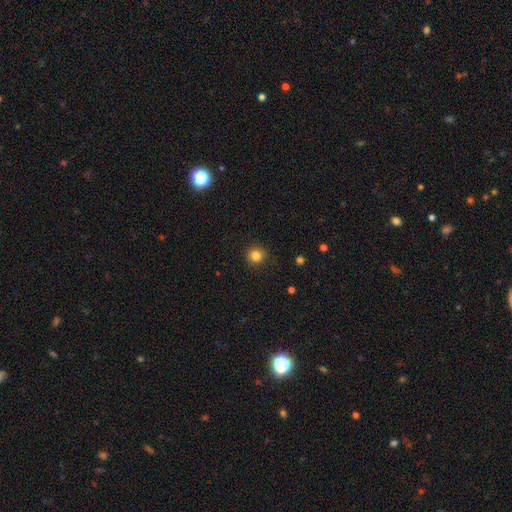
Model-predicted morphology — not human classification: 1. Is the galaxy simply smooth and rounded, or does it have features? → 83% smooth, 12% star or artifact, 5% featured or disk.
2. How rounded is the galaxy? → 93% round, 6% in between, 1% cigar-shaped.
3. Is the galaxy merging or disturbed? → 91% none, 6% minor disturbance, 2% major disturbance, 1% merger.